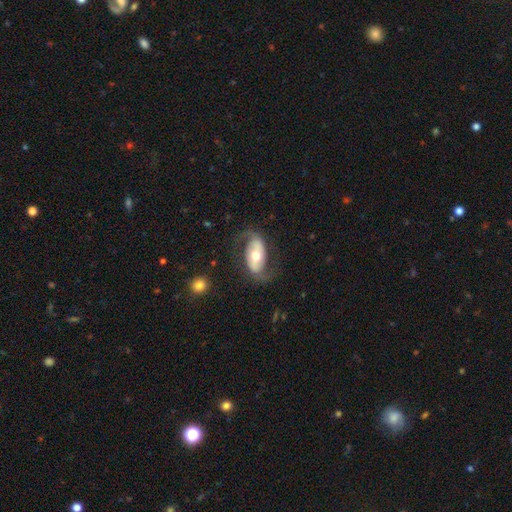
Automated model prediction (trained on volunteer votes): featured or disk 72%, smooth 22%, star or artifact 5%. Down the decision tree: edge-on disk — no (94%); bar — no (39%); spiral arms — yes (86%); spiral arm count — 2 (91%); spiral winding — loose (57%); bulge size — moderate (70%); merging — none (70%).